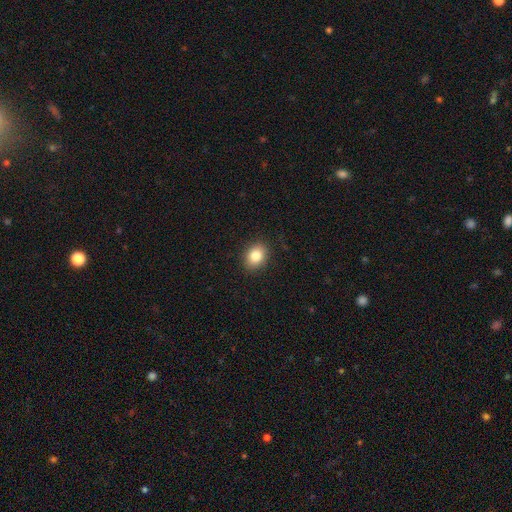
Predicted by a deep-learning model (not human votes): The model was most divided on "how rounded": in between: 58%, round: 41%, cigar-shaped: 1%. More confident: merging — none (90%); smooth or featured — smooth (84%).